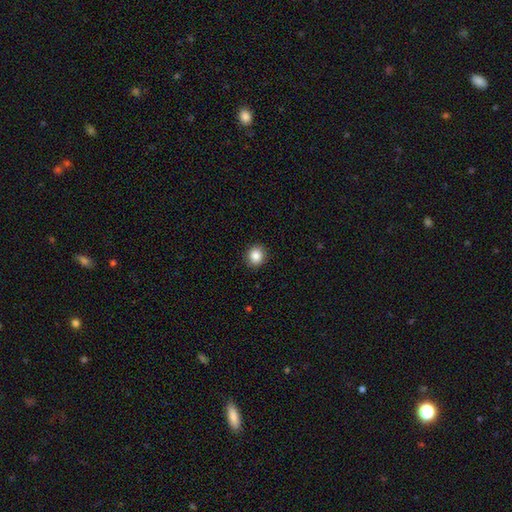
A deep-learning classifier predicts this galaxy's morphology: Q: Smooth or featured?
A: smooth (86%); runner-up: star or artifact (10%)
Q: How rounded?
A: round (80%); runner-up: in between (19%)
Q: Merging?
A: none (91%); runner-up: minor disturbance (6%)